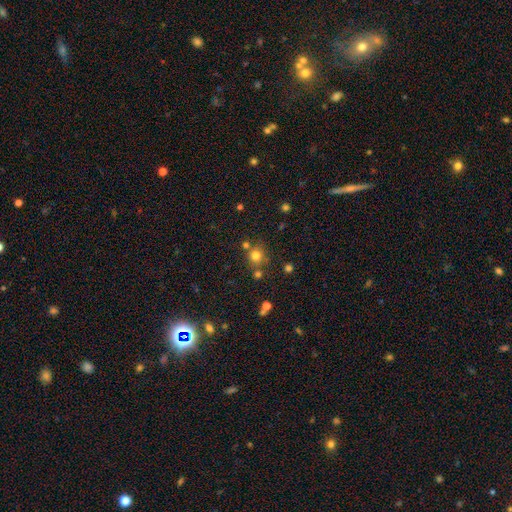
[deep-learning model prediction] A smooth galaxy with no disk features (76%) that is round (89%). Merging: none (71%).